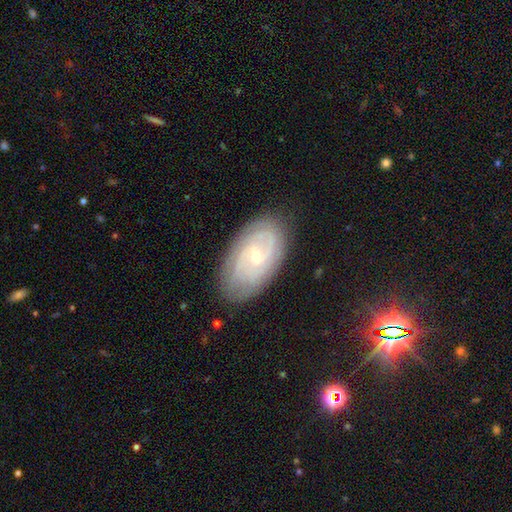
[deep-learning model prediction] A featured or disk galaxy (79%) with no bar (61%), tight (68%) spiral arms (94%) and a small central bulge (73%). Merging: none (81%).